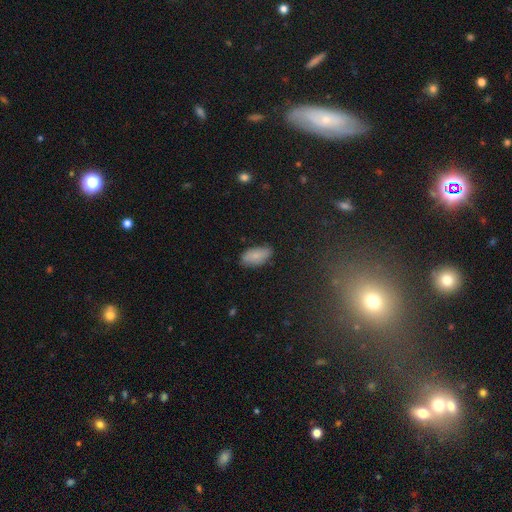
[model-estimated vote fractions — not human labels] A smooth galaxy with no disk features (79%) that is in between round and cigar-shaped (93%).

Vote fractions:
- Smooth or featured? smooth: 79% / featured or disk: 12% / star or artifact: 8%
- How rounded? in between: 93% / cigar-shaped: 5% / round: 3%
- Merging? none: 78% / minor disturbance: 17% / major disturbance: 3% / merger: 1%